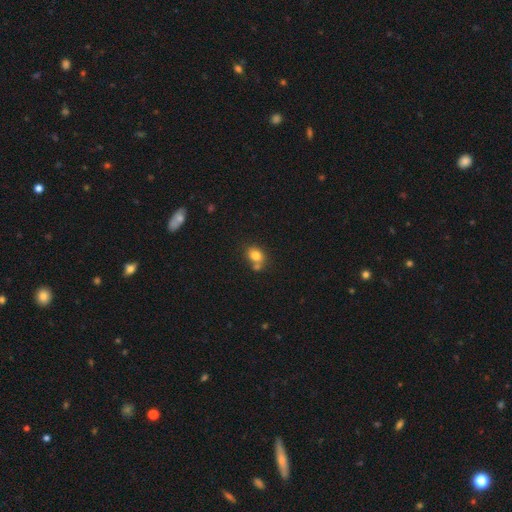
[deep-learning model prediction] Overall: smooth (79%). How rounded: in between (58%; round 41%). Merging: none (53%; merger 30%).